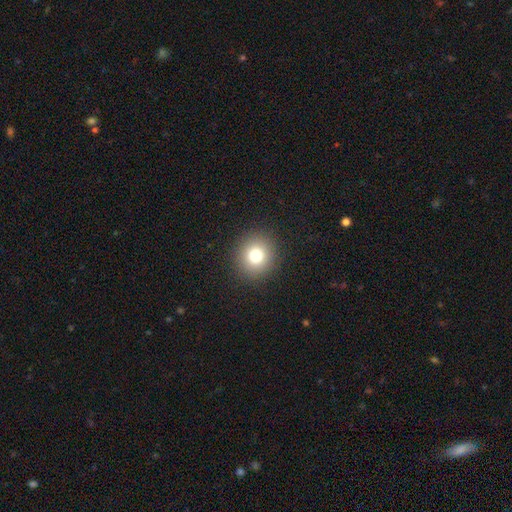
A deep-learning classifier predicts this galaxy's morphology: This appears to be a smooth galaxy with no disk features (78%) that is round (91%). Merging: none (91%).